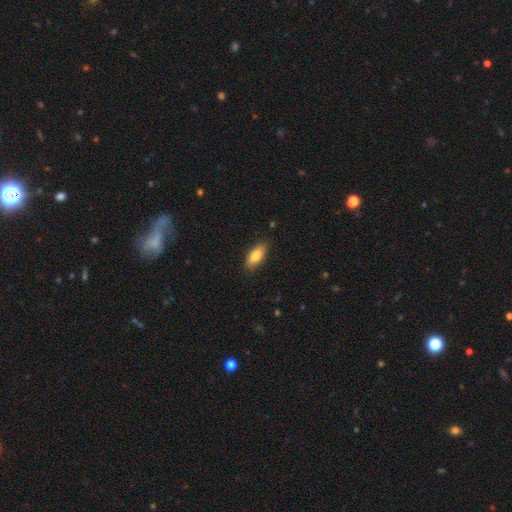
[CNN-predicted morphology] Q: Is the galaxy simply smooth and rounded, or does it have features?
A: smooth — 79%.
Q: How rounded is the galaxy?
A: in between — 78%.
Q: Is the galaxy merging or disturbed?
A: none — 85%.